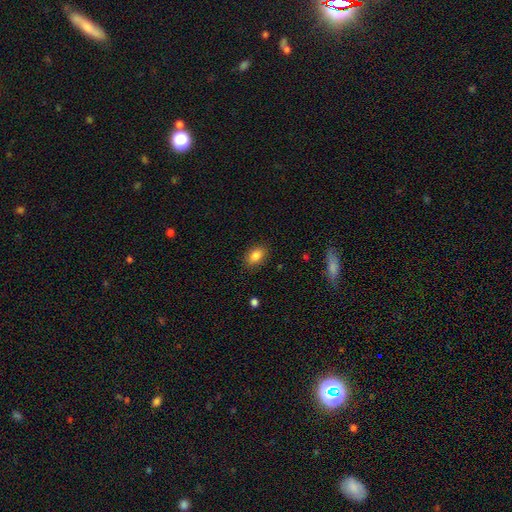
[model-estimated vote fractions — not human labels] Smooth or featured: smooth — 85% (star or artifact — 9%)
How rounded: in between — 86% (round — 12%)
Merging: none — 87% (minor disturbance — 9%)